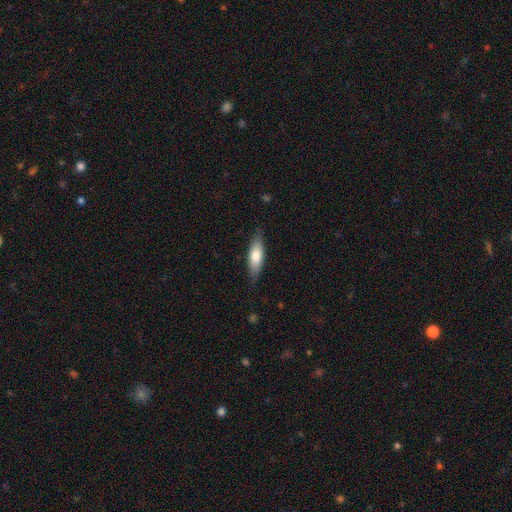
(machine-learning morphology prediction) Smooth or featured: smooth — 69% (featured or disk — 26%)
How rounded: in between — 52% (cigar-shaped — 46%)
Merging: none — 81% (minor disturbance — 15%)